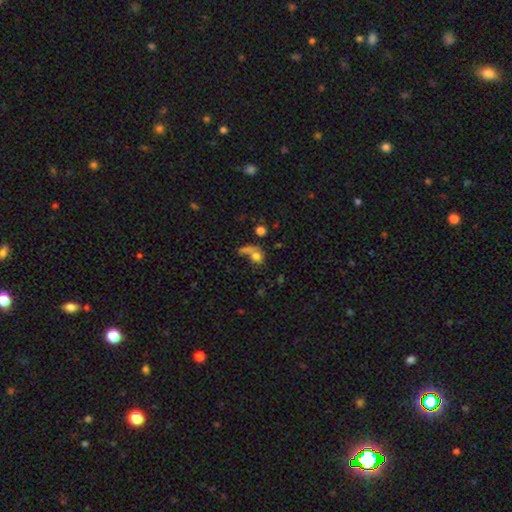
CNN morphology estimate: type=smooth (68%); roundness=round (55%); merging=merger (35%).